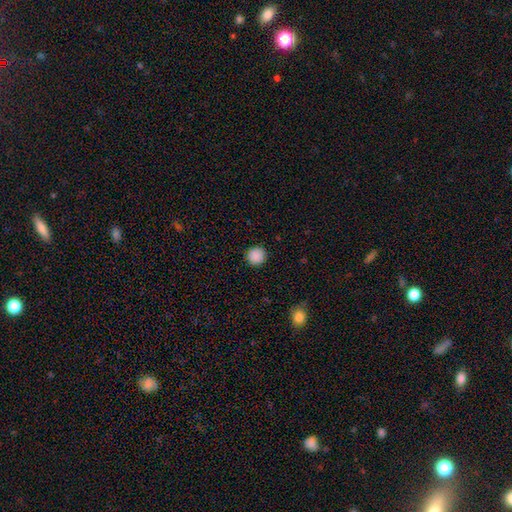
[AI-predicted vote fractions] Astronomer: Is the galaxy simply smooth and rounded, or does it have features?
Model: smooth — 89%.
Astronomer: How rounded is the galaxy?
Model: round — 94%.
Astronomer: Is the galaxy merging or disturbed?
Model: none — 92%.